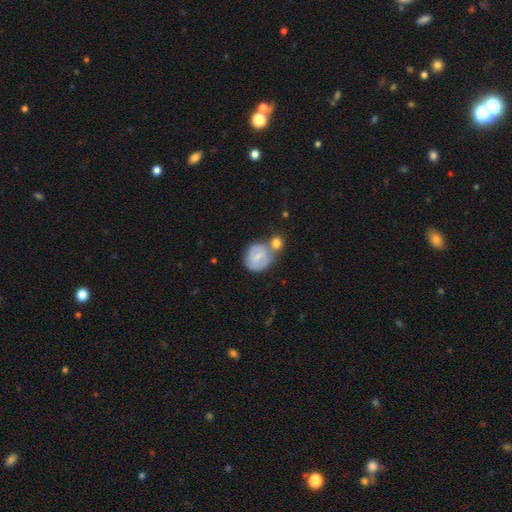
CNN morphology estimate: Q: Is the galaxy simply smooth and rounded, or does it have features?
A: smooth — 58%.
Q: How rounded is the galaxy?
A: round — 71%.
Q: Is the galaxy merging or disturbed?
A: merger — 43%.